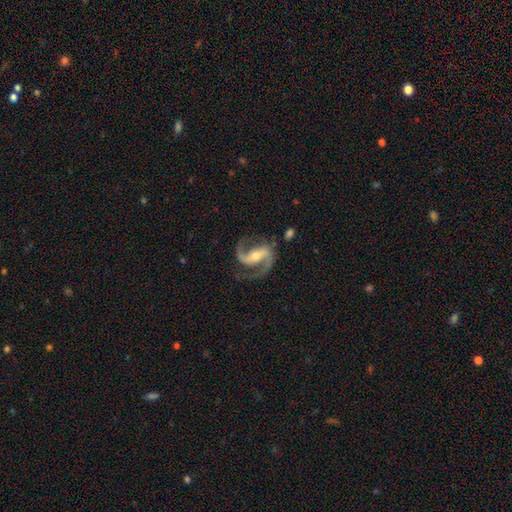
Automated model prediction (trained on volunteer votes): A featured or disk galaxy (92%) with a strong bar (46%), 2 (93%) medium (62%) spiral arms (98%) and a moderate central bulge (53%).

Vote fractions:
- Smooth or featured? featured or disk: 92% / star or artifact: 4% / smooth: 3%
- Edge-on disk? no: 98% / yes: 2%
- Bar? strong: 46% / weak: 34% / no: 20%
- Spiral arms? yes: 98% / no: 2%
- Spiral winding? medium: 62% / loose: 24% / tight: 15%
- Spiral arm count? 2: 93% / 1: 2% / can't tell: 1% / 3: 1% / 4: 1% / more than 4: 1%
- Bulge size? moderate: 53% / small: 40% / large: 4% / none: 2% / dominant: 1%
- Merging? none: 77% / minor disturbance: 13% / major disturbance: 7% / merger: 2%